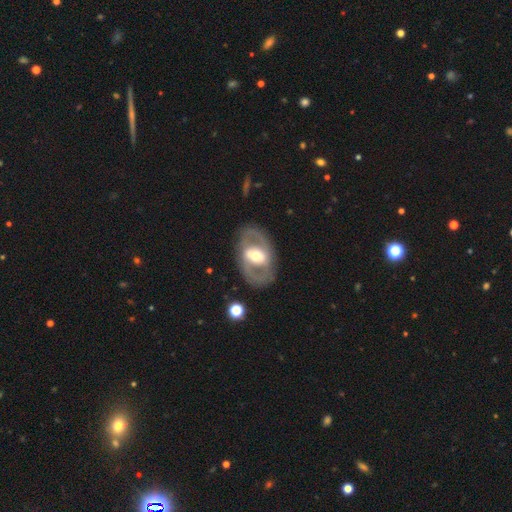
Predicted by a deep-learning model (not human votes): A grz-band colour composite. It shows a featured or disk galaxy (73%) with a weak bar (35%), no spiral arms (50%, tied with yes) and a moderate central bulge (66%). Merging: none (81%).